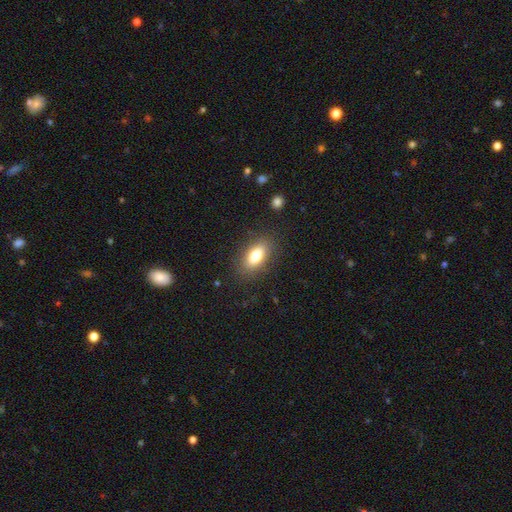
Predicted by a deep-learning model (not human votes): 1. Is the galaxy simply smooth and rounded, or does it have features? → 77% smooth, 15% featured or disk, 9% star or artifact.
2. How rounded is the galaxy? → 86% in between, 8% cigar-shaped, 6% round.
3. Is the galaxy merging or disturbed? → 85% none, 10% minor disturbance, 4% major disturbance, 1% merger.